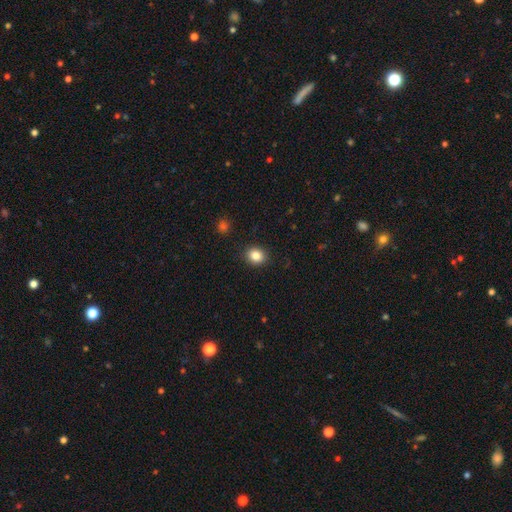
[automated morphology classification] Smooth or featured?
  - smooth: 84% *
  - star or artifact: 10%
  - featured or disk: 6%
How rounded?
  - round: 61% *
  - in between: 38%
  - cigar-shaped: 1%
Merging?
  - none: 90% *
  - minor disturbance: 7%
  - major disturbance: 2%
  - merger: 1%